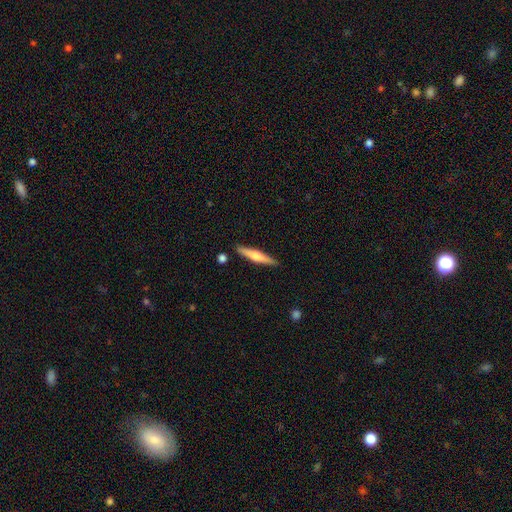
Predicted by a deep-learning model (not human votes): The model was most divided on "smooth or featured": featured or disk: 48%, smooth: 47%, star or artifact: 5%. More confident: merging — none (89%).